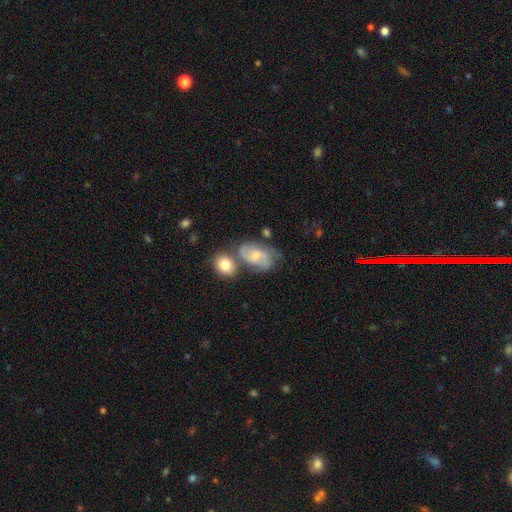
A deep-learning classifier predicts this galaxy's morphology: The model was most divided on "bar": no: 47%, weak: 45%, strong: 8%. Remaining: edge-on disk — no (97%); spiral arms — yes (88%); spiral arm count — 2 (74%); smooth or featured — featured or disk (59%); spiral winding — medium (50%); bulge size — small (50%); merging — none (46%).